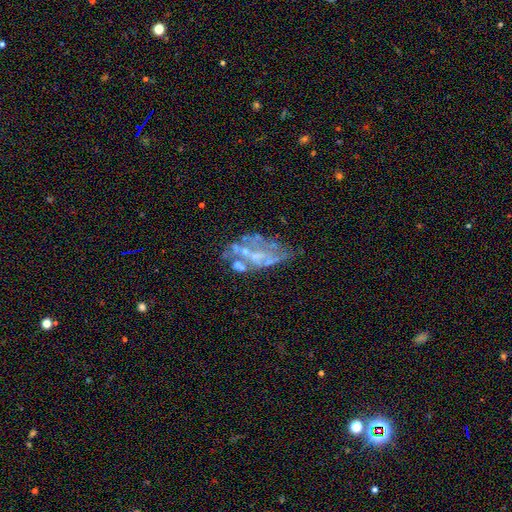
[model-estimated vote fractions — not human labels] This is likely a featured or disk galaxy (68%). It is clearly not viewed edge-on (96%). Bar: clearly no (80%). Spiral arm pattern: likely no (80%). Central bulge: possibly none (55%). Merging: marginally none (41%).